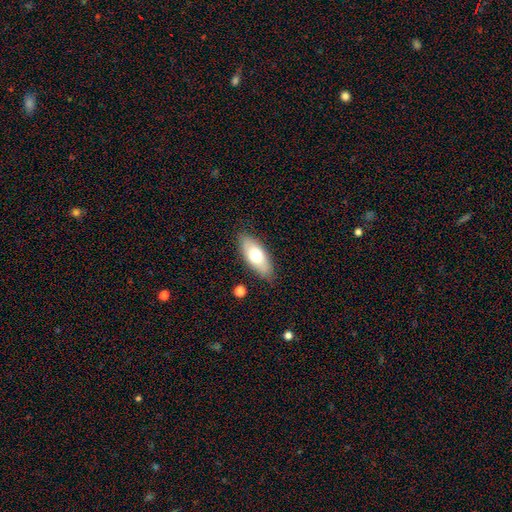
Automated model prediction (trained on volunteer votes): Smooth or featured?
  - smooth: 67% *
  - featured or disk: 26%
  - star or artifact: 6%
How rounded?
  - in between: 81% *
  - cigar-shaped: 17%
  - round: 3%
Merging?
  - none: 85% *
  - minor disturbance: 11%
  - major disturbance: 2%
  - merger: 2%